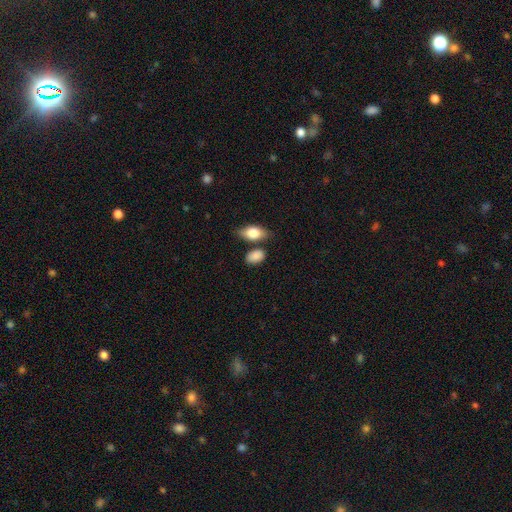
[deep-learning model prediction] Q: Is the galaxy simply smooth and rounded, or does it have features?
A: smooth — 86%.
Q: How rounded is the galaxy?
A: in between — 86%.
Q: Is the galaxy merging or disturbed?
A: none — 65%.